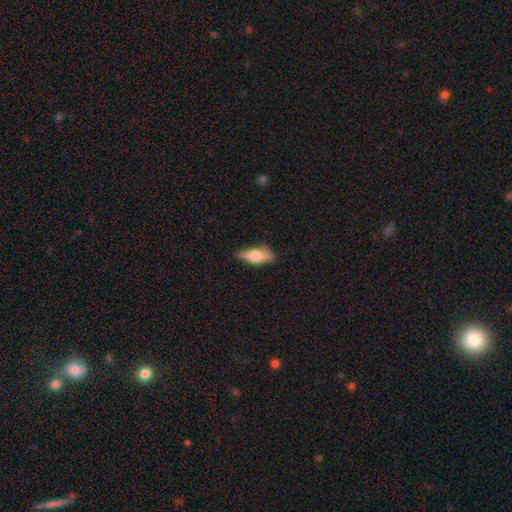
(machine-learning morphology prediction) Overall: smooth (60%; featured or disk 33%). How rounded: in between (63%; cigar-shaped 34%). Merging: none (76%).